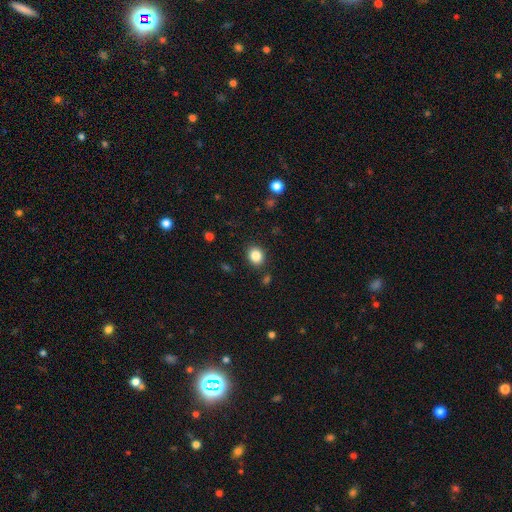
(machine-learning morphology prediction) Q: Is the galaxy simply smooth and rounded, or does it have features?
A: smooth — 85%.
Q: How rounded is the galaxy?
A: round — 64%.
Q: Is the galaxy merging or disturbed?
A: none — 87%.